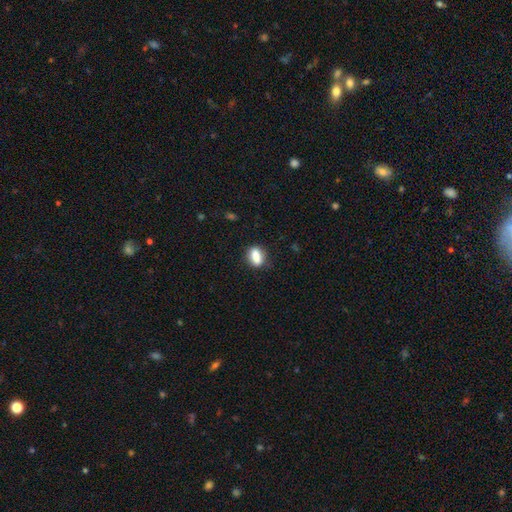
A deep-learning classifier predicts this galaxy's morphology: This is likely a smooth galaxy (80%). How rounded: likely in between (69%). Merging: clearly none (83%).